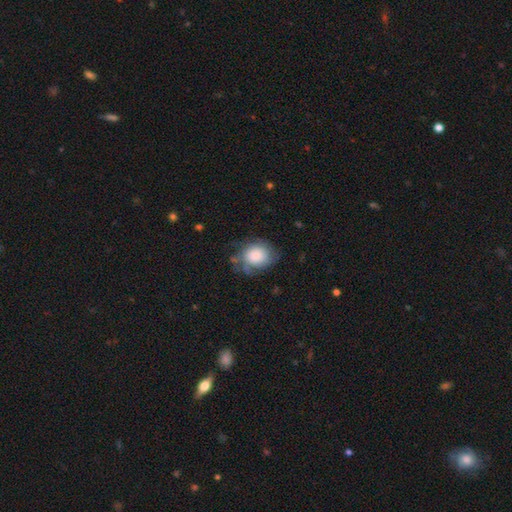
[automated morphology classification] This appears to be a smooth galaxy with no disk features (71%) that is round (56%). Merging: none (55%).